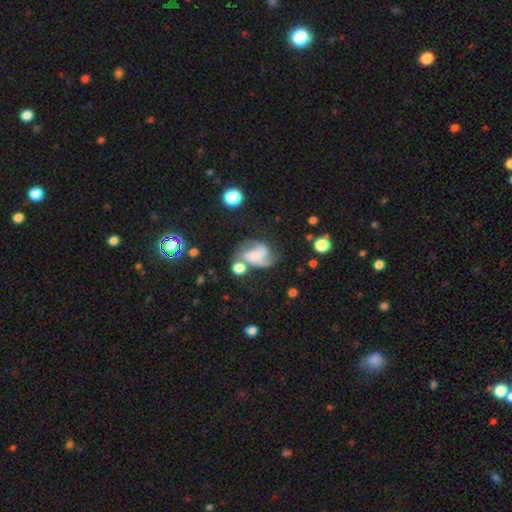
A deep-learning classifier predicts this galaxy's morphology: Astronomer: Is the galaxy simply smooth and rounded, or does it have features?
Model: featured or disk — 70%.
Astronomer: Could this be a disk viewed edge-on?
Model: no — 97%.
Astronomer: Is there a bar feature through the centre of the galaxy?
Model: no — 54% (runner-up: weak, 33%).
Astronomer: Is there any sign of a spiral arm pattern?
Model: yes — 90%.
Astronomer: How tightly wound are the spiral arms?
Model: medium — 47% (runner-up: loose, 33%).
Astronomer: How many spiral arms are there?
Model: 2 — 66%.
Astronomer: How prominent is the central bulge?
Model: none — 35% (runner-up: small, 30%).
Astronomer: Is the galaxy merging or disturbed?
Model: none — 37% (runner-up: major disturbance, 22%).